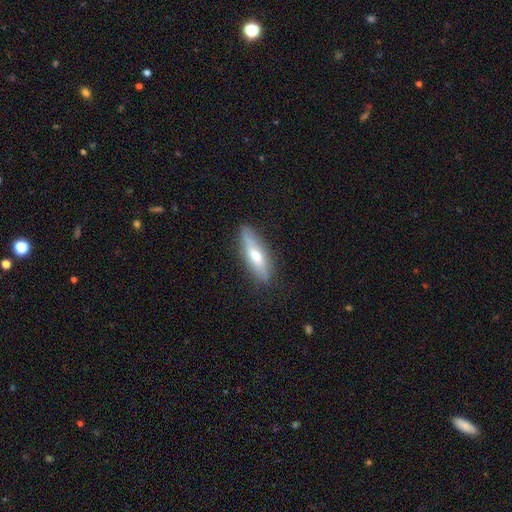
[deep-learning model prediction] This is possibly a smooth galaxy (51%). How rounded: possibly cigar-shaped (57%). Merging: likely none (79%).